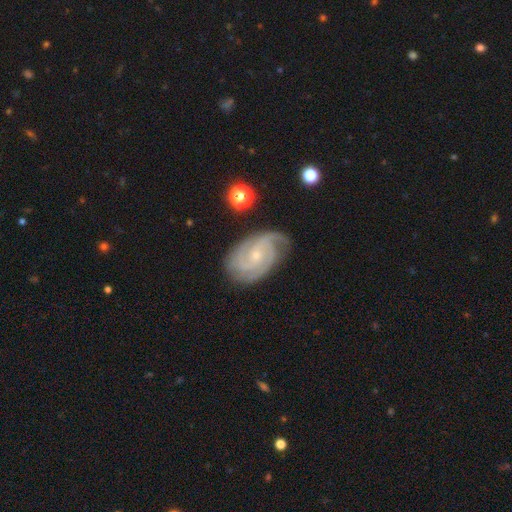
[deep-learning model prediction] The model was most divided on "spiral arm count": 3: 45%, 2: 20%, 4: 13%, can't tell: 12%, more than 4: 5%, 1: 5%. More confident: spiral arms — yes (98%); edge-on disk — no (97%); smooth or featured — featured or disk (89%); merging — none (74%); bulge size — small (74%); bar — no (64%); spiral winding — tight (61%).